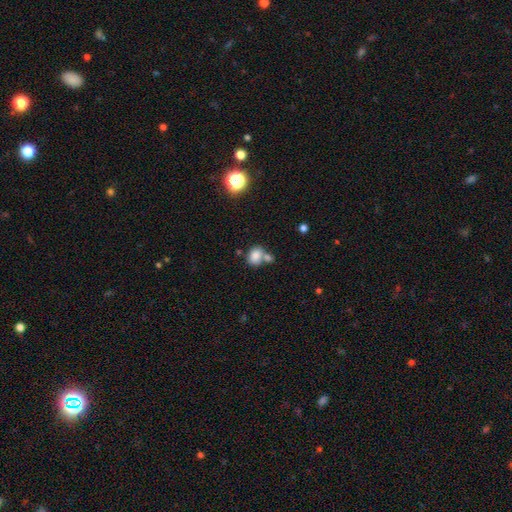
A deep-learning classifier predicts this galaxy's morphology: A smooth galaxy with no disk features (81%) that is in between round and cigar-shaped (61%). Merging: none (43%).